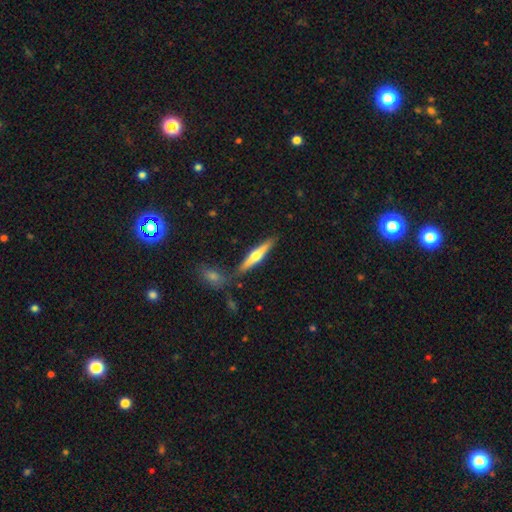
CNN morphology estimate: A featured or disk galaxy (59%) viewed edge-on (96%) with a rounded central bulge (91%).

Vote fractions:
- Smooth or featured? featured or disk: 59% / smooth: 36% / star or artifact: 5%
- Edge-on disk? yes: 96% / no: 4%
- Edge-on bulge? rounded: 91% / none: 6% / boxy: 4%
- Merging? none: 80% / minor disturbance: 9% / merger: 9% / major disturbance: 2%